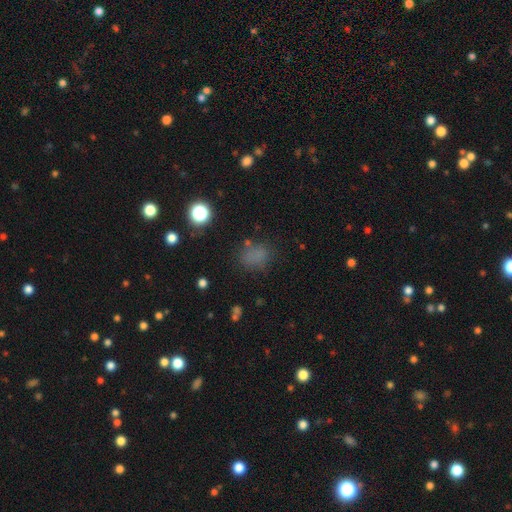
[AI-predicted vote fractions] A smooth galaxy with no disk features (71%) that is round (51%). Merging: none (72%).